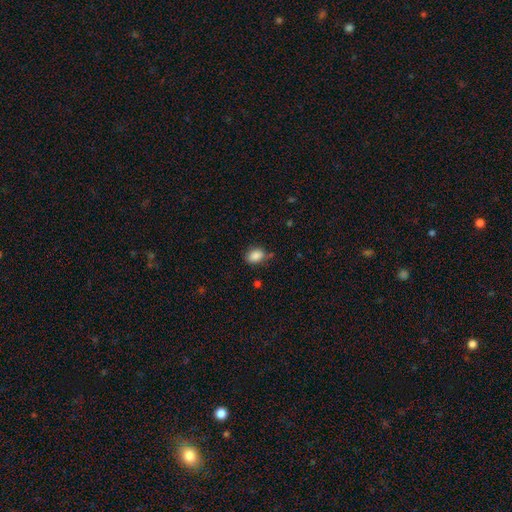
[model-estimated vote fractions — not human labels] Smooth or featured? Predicted: smooth (p=0.87). How rounded? Predicted: in between (p=0.76). Merging? Predicted: none (p=0.73).